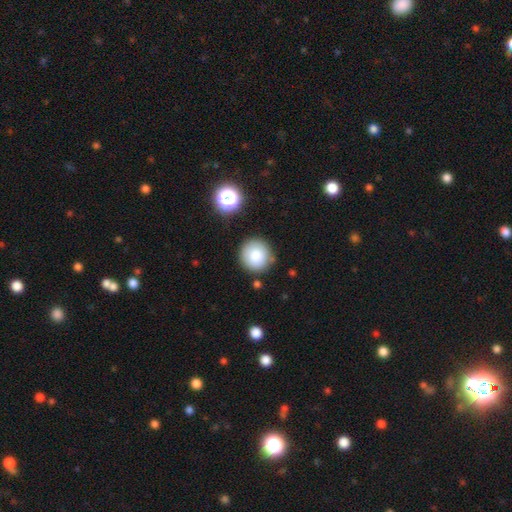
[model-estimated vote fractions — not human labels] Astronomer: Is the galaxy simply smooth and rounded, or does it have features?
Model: smooth — 81%.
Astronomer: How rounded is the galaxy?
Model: round — 93%.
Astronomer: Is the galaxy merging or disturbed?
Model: none — 84%.